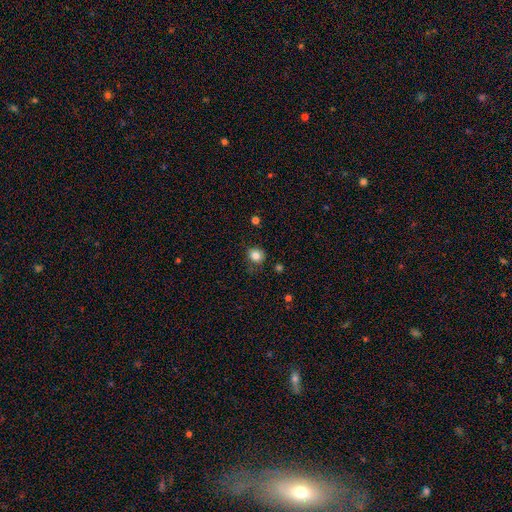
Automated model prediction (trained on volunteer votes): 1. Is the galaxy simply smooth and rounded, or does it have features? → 83% smooth, 11% star or artifact, 6% featured or disk.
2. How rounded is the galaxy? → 77% round, 22% in between, 1% cigar-shaped.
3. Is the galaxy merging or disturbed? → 75% none, 19% minor disturbance, 5% major disturbance, 2% merger.